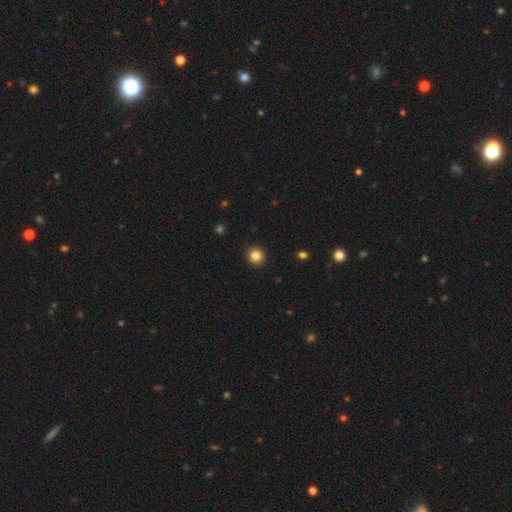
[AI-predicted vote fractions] Smooth or featured? smooth (84%)
How rounded? round (91%)
Merging? none (92%)